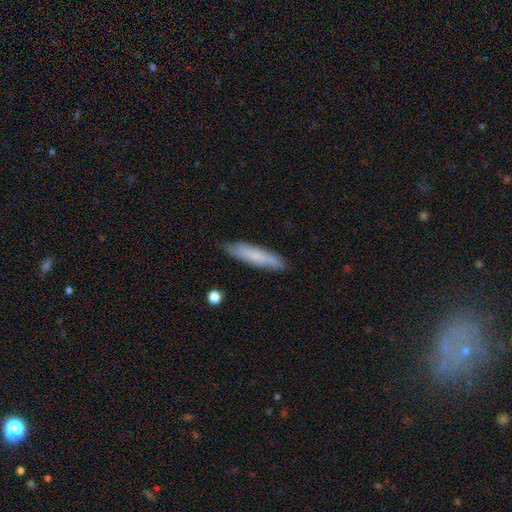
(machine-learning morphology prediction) smooth 68%, featured or disk 25%, star or artifact 7%. Down the decision tree: how rounded — cigar-shaped (84%); merging — none (84%).